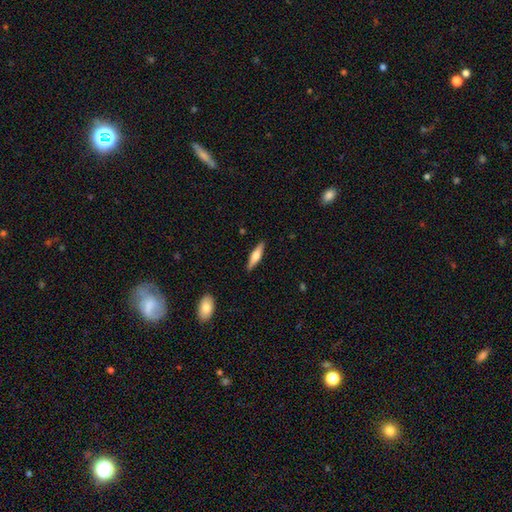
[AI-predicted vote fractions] smooth 49%, featured or disk 45%, star or artifact 6%. Down the decision tree: merging — none (89%).